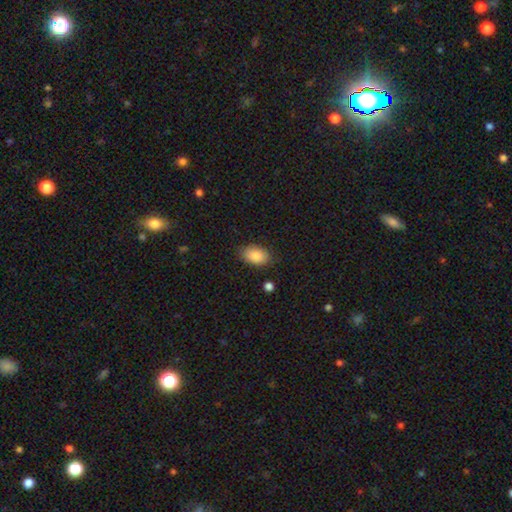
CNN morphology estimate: The model was most divided on "merging": none: 84%, minor disturbance: 12%, major disturbance: 3%, merger: 2%. More confident: how rounded — in between (91%); smooth or featured — smooth (87%).